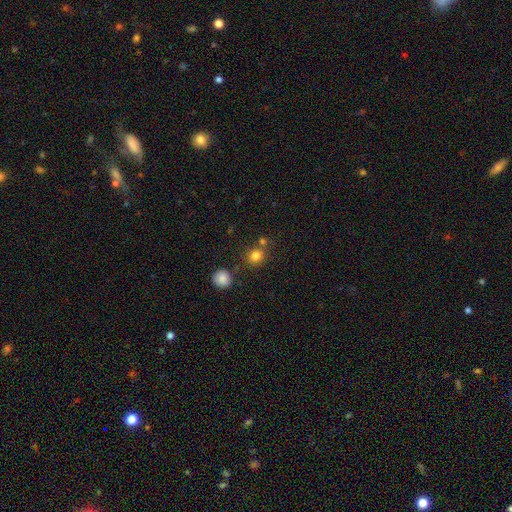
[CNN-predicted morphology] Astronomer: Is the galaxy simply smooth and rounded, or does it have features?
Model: smooth — 81%.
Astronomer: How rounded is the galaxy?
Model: round — 77%.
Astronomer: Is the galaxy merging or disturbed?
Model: none — 71%.